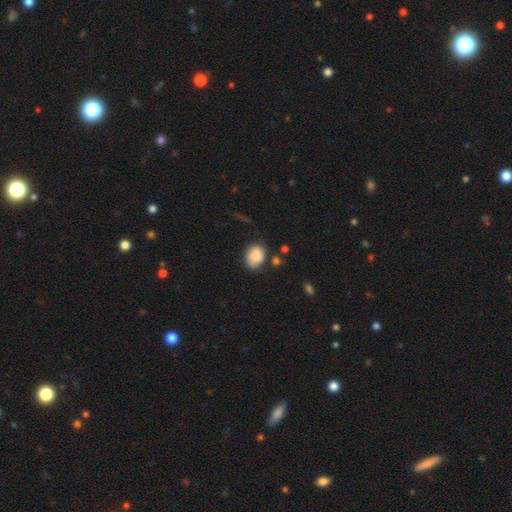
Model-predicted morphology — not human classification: smooth_or_featured: smooth (p=0.86) [alt: star or artifact p=0.08]
how_rounded: in between (p=0.56) [alt: round p=0.43]
merging: none (p=0.61) [alt: minor disturbance p=0.26]